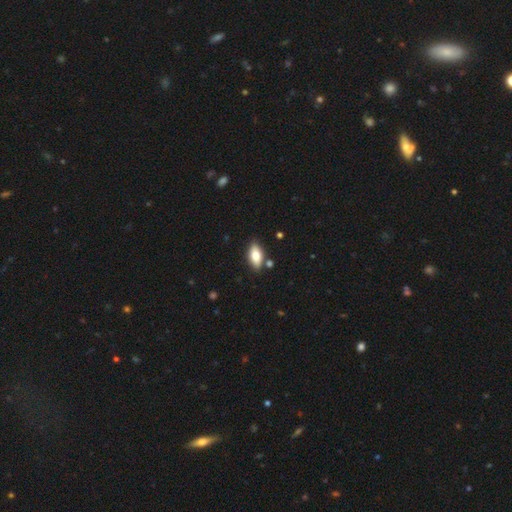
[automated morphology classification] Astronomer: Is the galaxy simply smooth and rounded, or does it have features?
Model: smooth — 73%.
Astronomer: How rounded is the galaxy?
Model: in between — 88%.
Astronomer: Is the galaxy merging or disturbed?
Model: none — 81%.